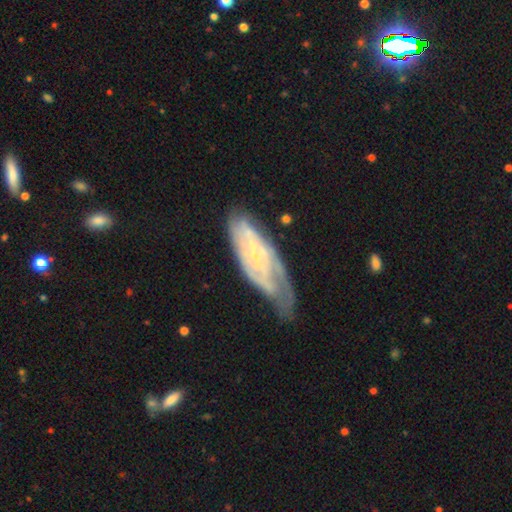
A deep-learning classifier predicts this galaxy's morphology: Q: Smooth or featured?
A: featured or disk (82%); runner-up: smooth (12%)
Q: Edge-on disk?
A: no (89%); runner-up: yes (11%)
Q: Bar?
A: no (45%); runner-up: weak (39%)
Q: Spiral arms?
A: yes (90%); runner-up: no (10%)
Q: Spiral winding?
A: tight (59%); runner-up: medium (32%)
Q: Spiral arm count?
A: can't tell (41%); runner-up: 2 (35%)
Q: Bulge size?
A: small (76%); runner-up: moderate (17%)
Q: Merging?
A: none (46%); runner-up: minor disturbance (31%)